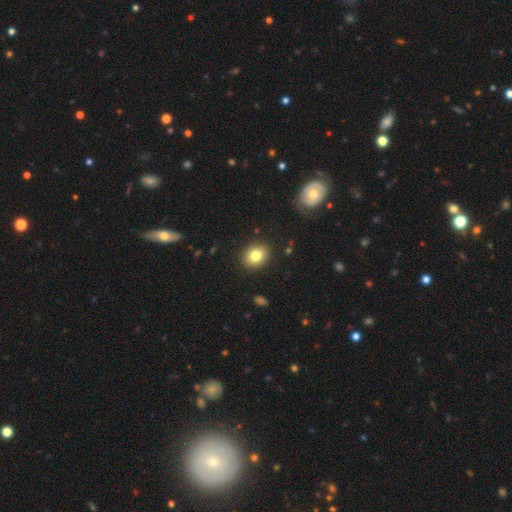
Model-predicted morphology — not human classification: A smooth galaxy with no disk features (81%) that is round (57%). Merging: none (89%).